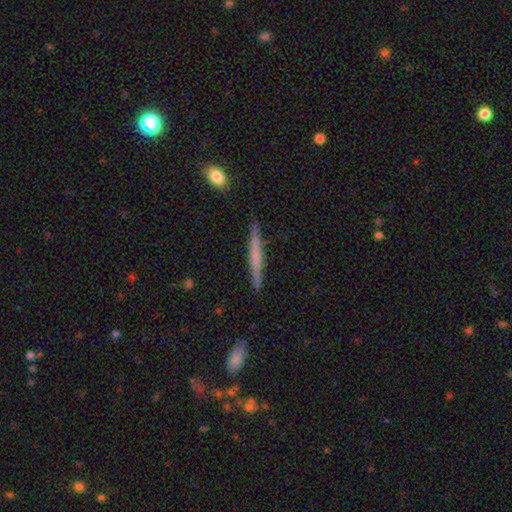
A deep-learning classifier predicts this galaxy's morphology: Overall: featured or disk (48%; smooth 46%). Merging: none (90%).